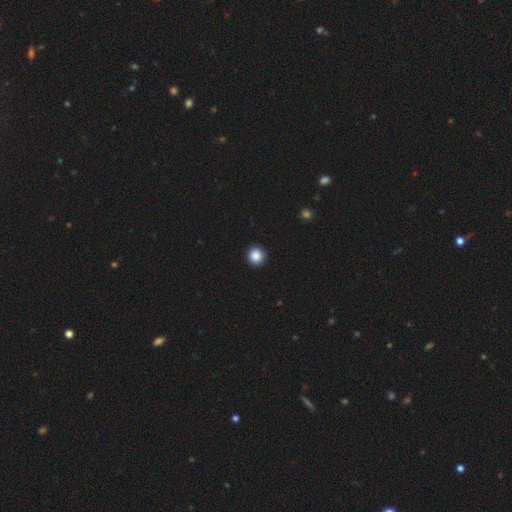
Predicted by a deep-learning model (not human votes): smooth-or-featured: smooth: 88% | star or artifact: 10% | featured or disk: 3%
  how-rounded: round: 91% | in between: 8% | cigar-shaped: 1%
  merging: none: 93% | minor disturbance: 5% | major disturbance: 2% | merger: 1%